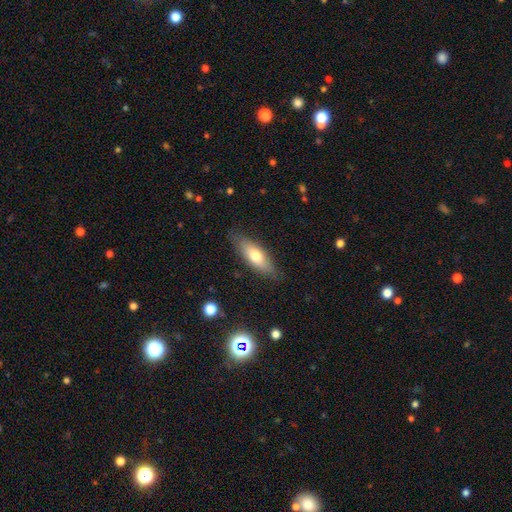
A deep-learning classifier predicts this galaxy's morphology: Q: Smooth or featured?
A: smooth (64%); runner-up: featured or disk (29%)
Q: How rounded?
A: in between (62%); runner-up: cigar-shaped (36%)
Q: Merging?
A: none (80%); runner-up: minor disturbance (15%)